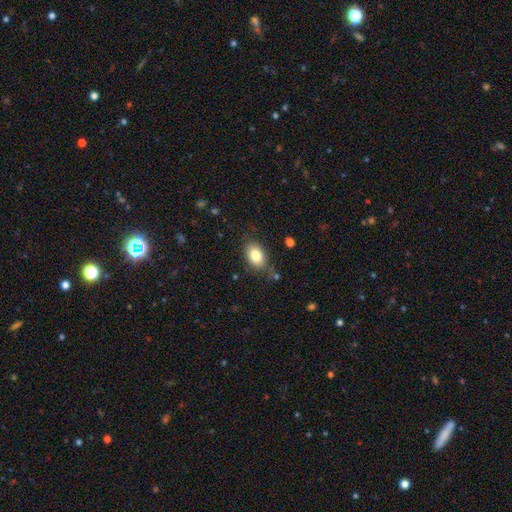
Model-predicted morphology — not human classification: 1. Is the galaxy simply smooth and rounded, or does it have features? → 83% smooth, 9% featured or disk, 8% star or artifact.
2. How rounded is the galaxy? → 84% in between, 14% round, 1% cigar-shaped.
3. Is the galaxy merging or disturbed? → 80% none, 14% minor disturbance, 4% major disturbance, 2% merger.